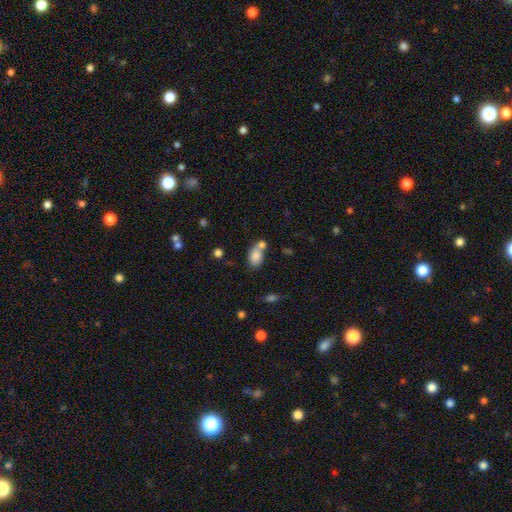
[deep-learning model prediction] This appears to be a smooth galaxy with no disk features (81%) that is in between round and cigar-shaped (83%). Merging: none (42%).